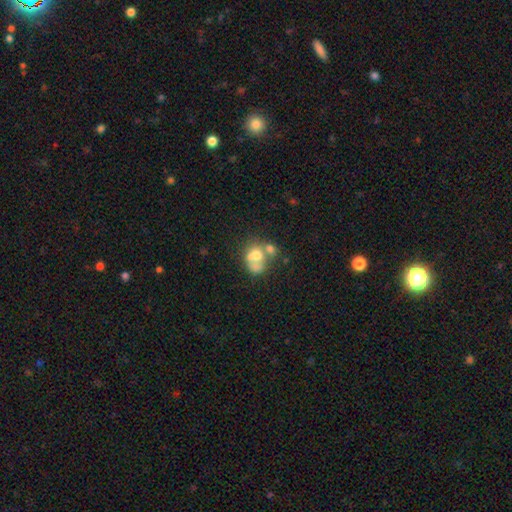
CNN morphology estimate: smooth-or-featured: smooth: 54% | featured or disk: 34% | star or artifact: 12%
  how-rounded: in between: 51% | round: 48% | cigar-shaped: 1%
  merging: merger: 57% | none: 19% | major disturbance: 13% | minor disturbance: 10%